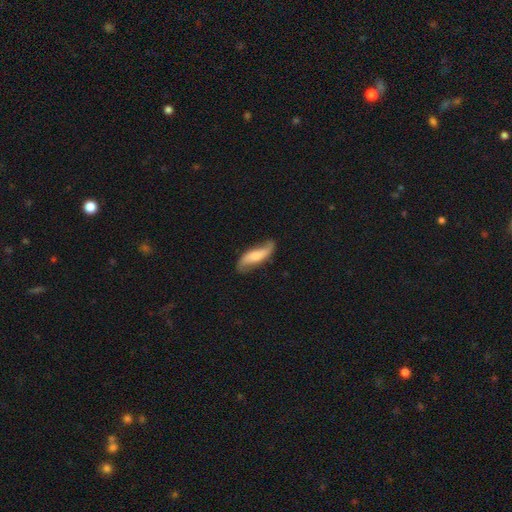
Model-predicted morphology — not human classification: Smooth or featured?
  - featured or disk: 61% *
  - smooth: 33%
  - star or artifact: 6%
Edge-on disk?
  - no: 84% *
  - yes: 16%
Bar?
  - no: 54% *
  - weak: 32%
  - strong: 14%
Spiral arms?
  - yes: 92% *
  - no: 8%
Bulge size?
  - moderate: 34% *
  - small: 29%
  - none: 20%
  - large: 14%
  - dominant: 3%
Merging?
  - none: 71% *
  - minor disturbance: 20%
  - major disturbance: 6%
  - merger: 2%